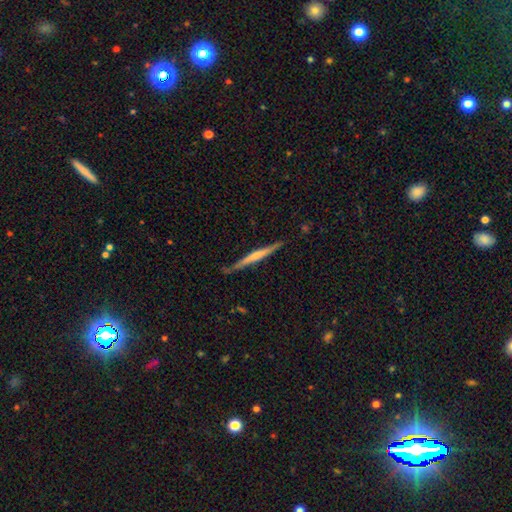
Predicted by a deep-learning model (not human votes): Smooth or featured: featured or disk — 57% (smooth — 38%)
Edge-on disk: yes — 97% (no — 3%)
Edge-on bulge: none — 52% (rounded — 33%)
Merging: none — 82% (minor disturbance — 14%)